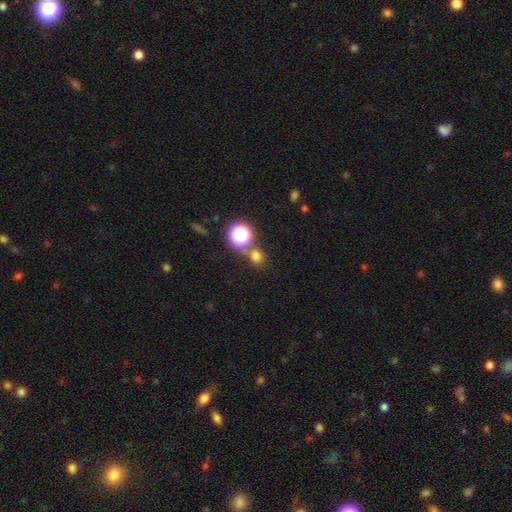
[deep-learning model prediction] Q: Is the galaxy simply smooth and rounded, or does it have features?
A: smooth — 70%.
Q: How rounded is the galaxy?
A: round — 80%.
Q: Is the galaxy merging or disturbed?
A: none — 72%.